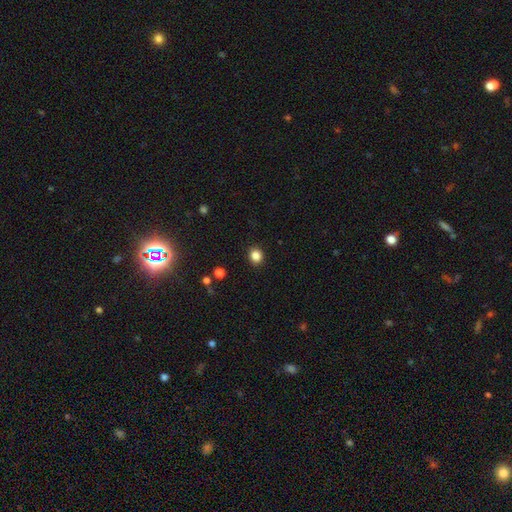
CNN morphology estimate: This is clearly a smooth galaxy (85%). How rounded: likely round (78%). Merging: clearly none (91%).